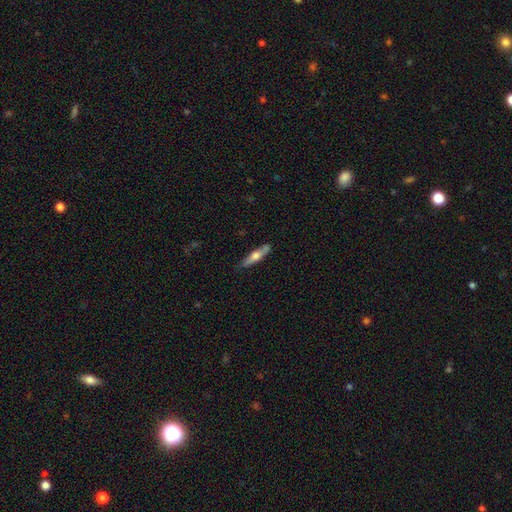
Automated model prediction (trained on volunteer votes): This is possibly a smooth galaxy (52%). How rounded: likely cigar-shaped (78%). Merging: likely none (79%).